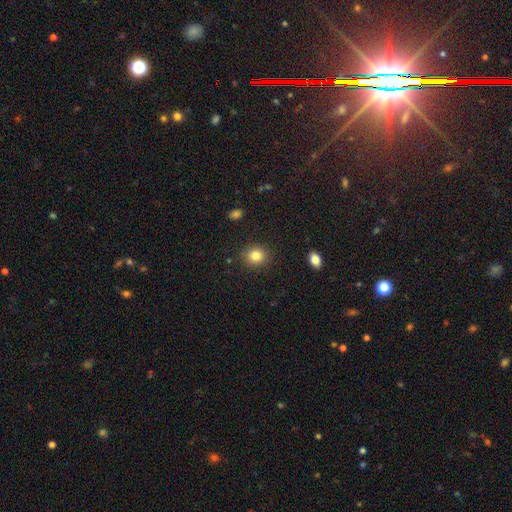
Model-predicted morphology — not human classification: A smooth galaxy with no disk features (83%) that is round (76%). Merging: none (88%).